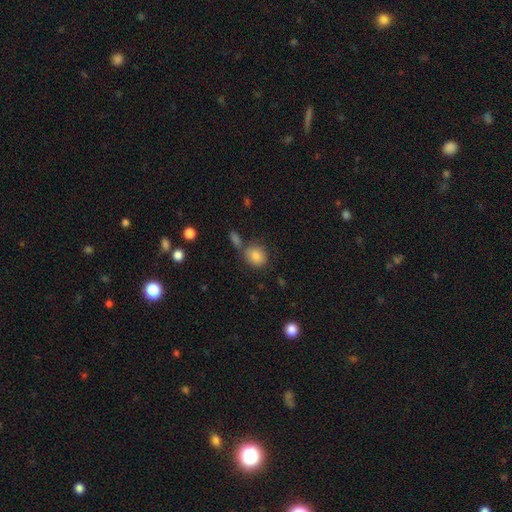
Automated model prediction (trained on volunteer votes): Smooth or featured? smooth (83%)
How rounded? round (65%)
Merging? none (65%)